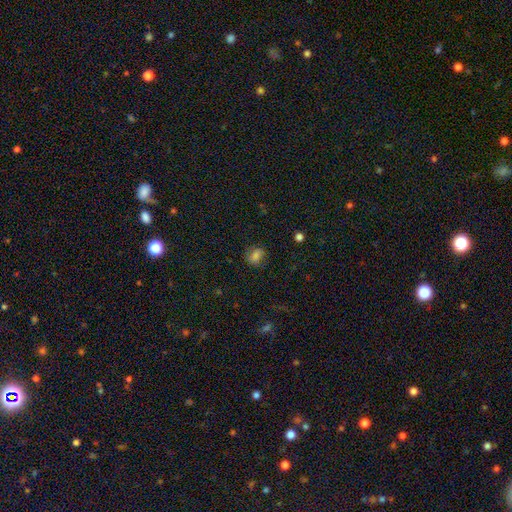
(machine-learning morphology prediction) This appears to be a smooth galaxy with no disk features (78%) that is in between round and cigar-shaped (59%). Merging: none (71%).